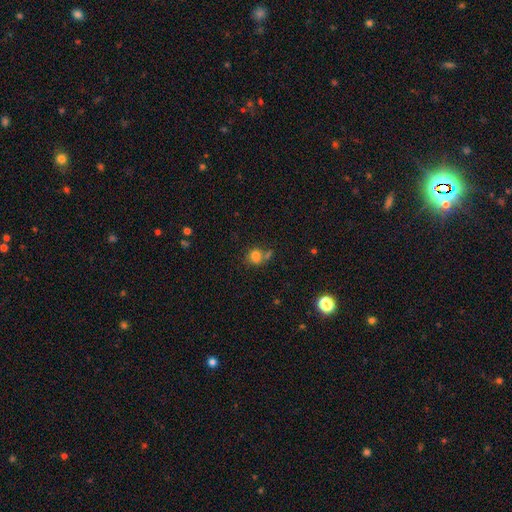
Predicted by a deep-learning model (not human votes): Smooth or featured: smooth — 80% (star or artifact — 13%)
How rounded: round — 79% (in between — 19%)
Merging: none — 53% (merger — 23%)